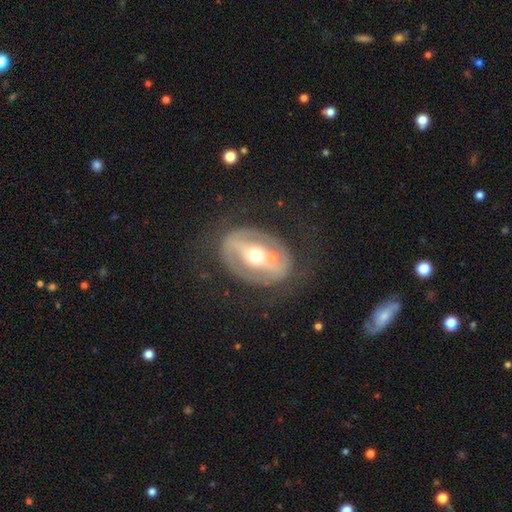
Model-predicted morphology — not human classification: Overall: featured or disk (72%). Edge-on disk: no (93%). Bar: strong (42%; no 36%). Spiral arms: no (68%; yes 32%). Bulge size: moderate (70%). Merging: none (62%).